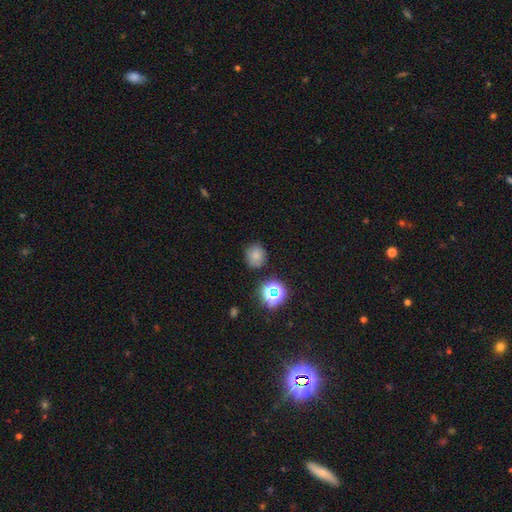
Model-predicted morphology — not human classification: smooth-or-featured: smooth: 74% | star or artifact: 18% | featured or disk: 8%
  how-rounded: round: 82% | in between: 17% | cigar-shaped: 1%
  merging: none: 78% | minor disturbance: 14% | merger: 5% | major disturbance: 4%